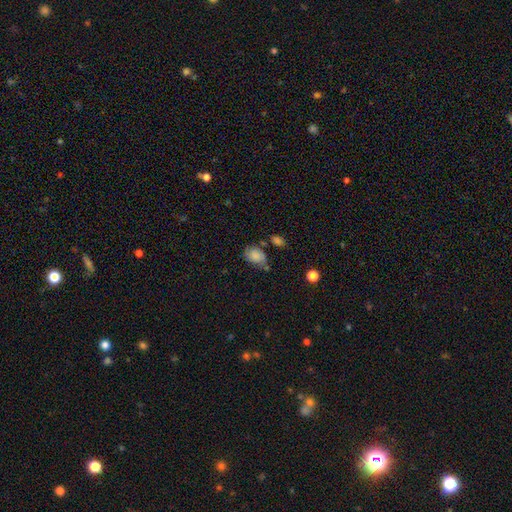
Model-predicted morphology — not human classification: This is likely a smooth galaxy (75%). How rounded: likely in between (78%). Merging: possibly none (47%).